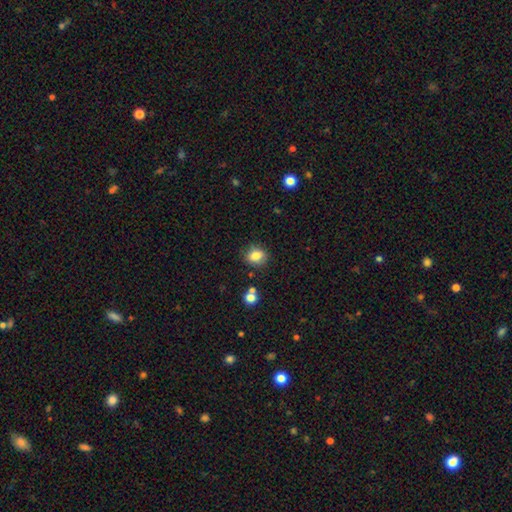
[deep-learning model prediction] smooth 83%, star or artifact 10%, featured or disk 7%. Down the decision tree: how rounded — round (60%); merging — none (80%).